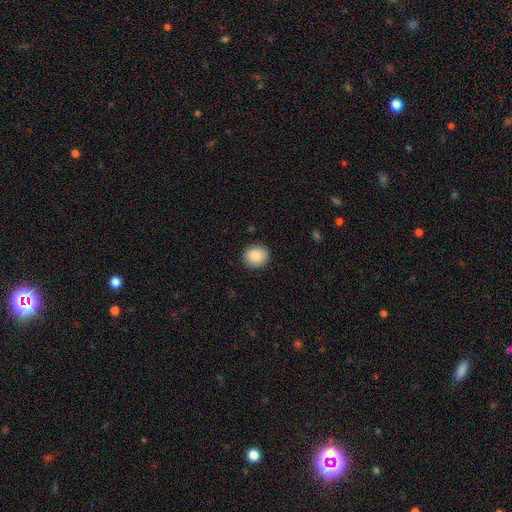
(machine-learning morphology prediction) Smooth or featured? smooth (89%)
How rounded? round (79%)
Merging? none (89%)